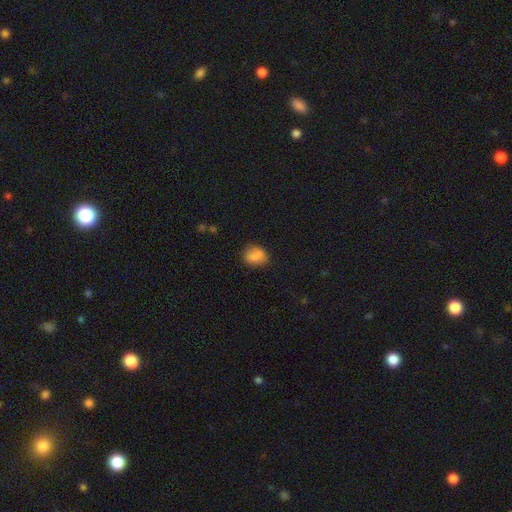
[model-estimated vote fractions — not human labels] smooth_or_featured: smooth (p=0.84) [alt: star or artifact p=0.09]
how_rounded: in between (p=0.55) [alt: round p=0.44]
merging: none (p=0.74) [alt: minor disturbance p=0.18]